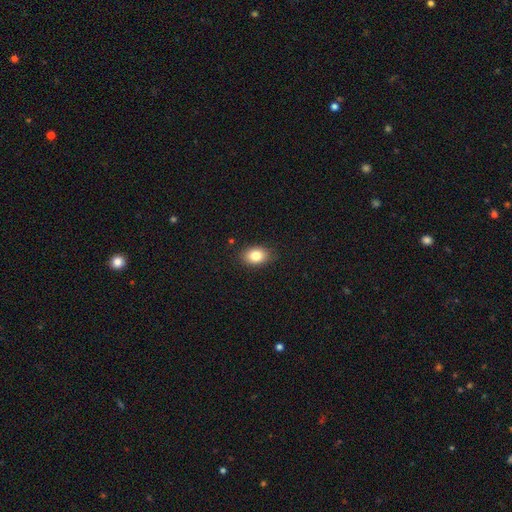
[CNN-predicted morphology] This is clearly a smooth galaxy (83%). How rounded: likely in between (76%). Merging: clearly none (86%).